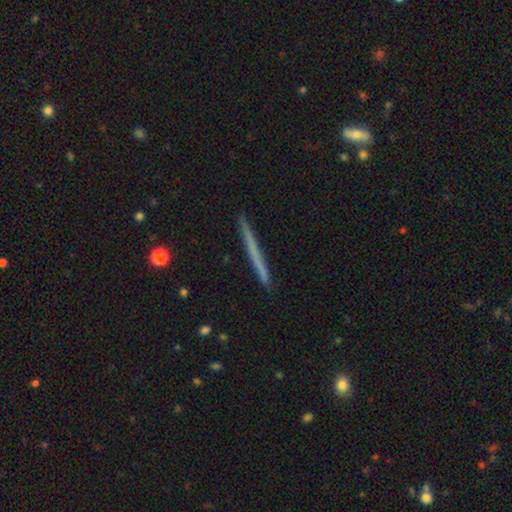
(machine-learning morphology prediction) This appears to be a smooth galaxy with no disk features (53%) that is cigar-shaped (97%). Merging: none (92%).